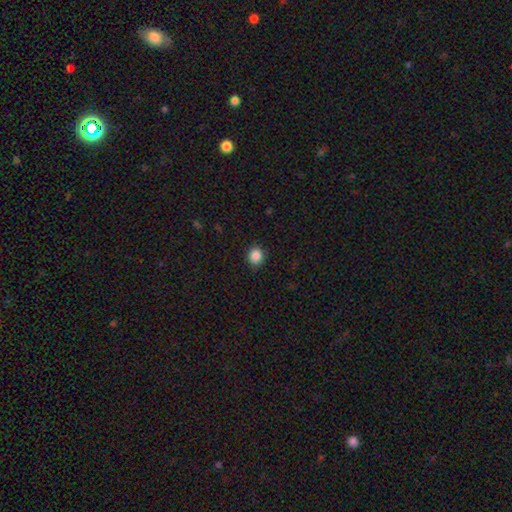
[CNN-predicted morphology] This appears to be a smooth galaxy with no disk features (86%) that is round (80%). Merging: none (89%).